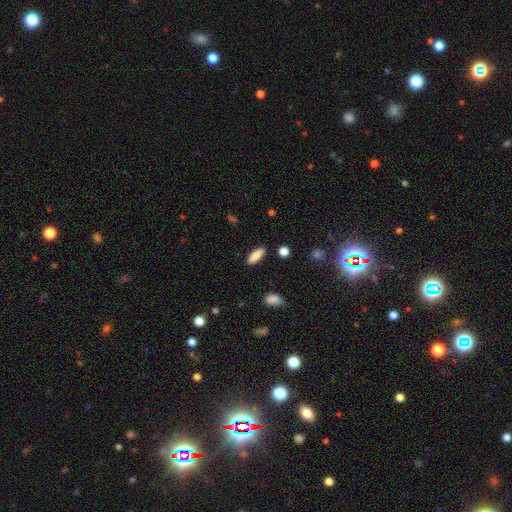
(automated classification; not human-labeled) Smooth or featured? Predicted: smooth (p=0.86). How rounded? Predicted: in between (p=0.57). Merging? Predicted: none (p=0.88).